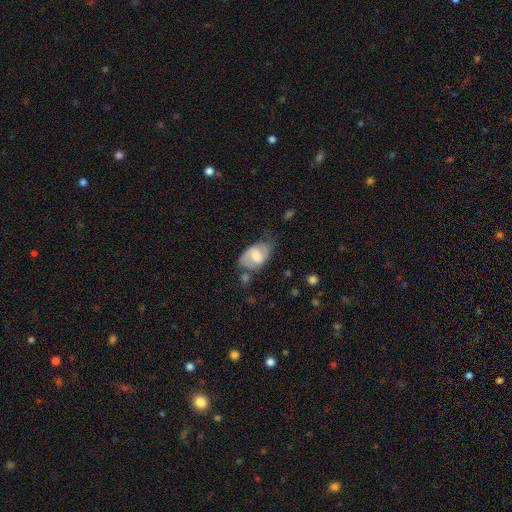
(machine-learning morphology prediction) Smooth or featured?
  - featured or disk: 55% *
  - smooth: 38%
  - star or artifact: 7%
Edge-on disk?
  - no: 96% *
  - yes: 4%
Bar?
  - weak: 53% *
  - no: 33%
  - strong: 14%
Spiral arms?
  - yes: 82% *
  - no: 18%
Bulge size?
  - moderate: 51% *
  - small: 22%
  - large: 17%
  - none: 8%
  - dominant: 2%
Merging?
  - none: 50% *
  - minor disturbance: 32%
  - major disturbance: 12%
  - merger: 5%